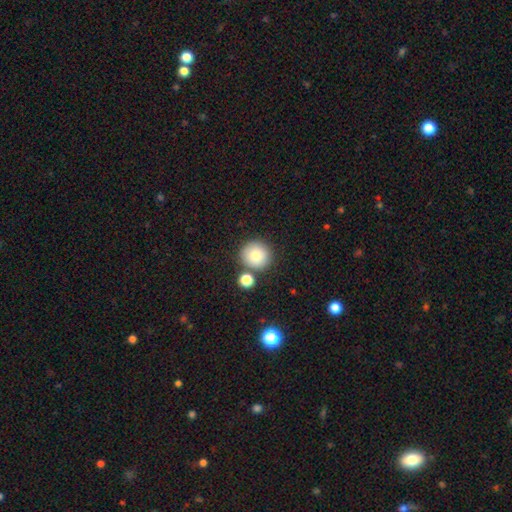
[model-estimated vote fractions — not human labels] A smooth galaxy with no disk features (82%) that is round (93%).

Vote fractions:
- Smooth or featured? smooth: 82% / star or artifact: 10% / featured or disk: 9%
- How rounded? round: 93% / in between: 6% / cigar-shaped: 1%
- Merging? none: 77% / merger: 12% / minor disturbance: 9% / major disturbance: 3%